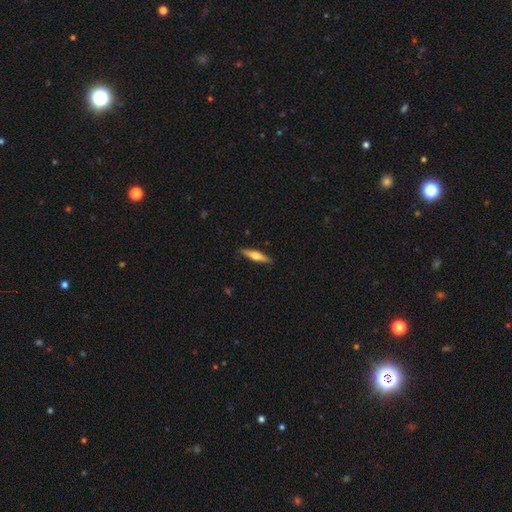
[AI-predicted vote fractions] Smooth or featured?
  - smooth: 50% *
  - featured or disk: 45%
  - star or artifact: 6%
Merging?
  - none: 88% *
  - minor disturbance: 9%
  - major disturbance: 2%
  - merger: 1%